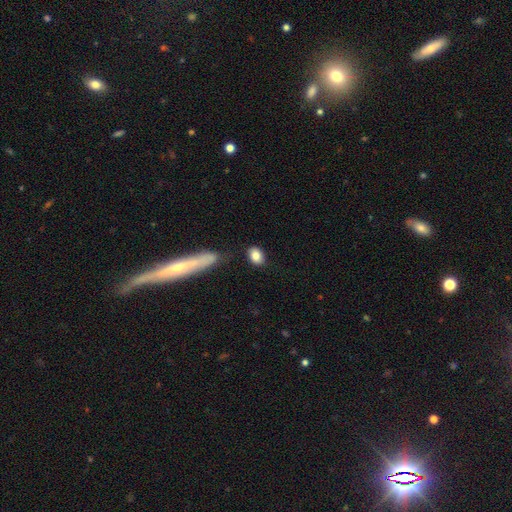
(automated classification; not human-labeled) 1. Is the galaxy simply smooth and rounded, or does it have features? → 83% smooth, 9% featured or disk, 8% star or artifact.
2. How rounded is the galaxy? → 74% in between, 23% round, 2% cigar-shaped.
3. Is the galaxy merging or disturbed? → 80% none, 12% minor disturbance, 4% merger, 4% major disturbance.